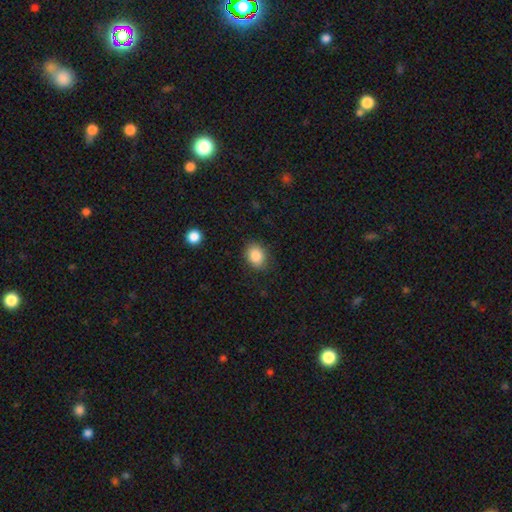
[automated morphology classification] This is clearly a smooth galaxy (86%). How rounded: possibly in between (60%). Merging: clearly none (83%).